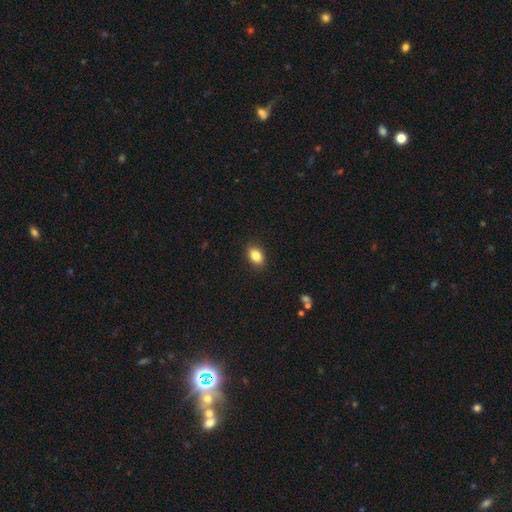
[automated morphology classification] Smooth or featured? Predicted: smooth (p=0.84). How rounded? Predicted: in between (p=0.85). Merging? Predicted: none (p=0.89).